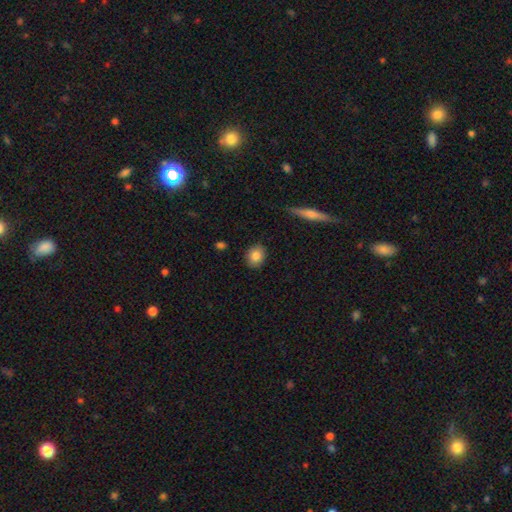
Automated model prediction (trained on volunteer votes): The model was most divided on "how rounded": round: 61%, in between: 37%, cigar-shaped: 2%. More confident: merging — none (88%); smooth or featured — smooth (85%).